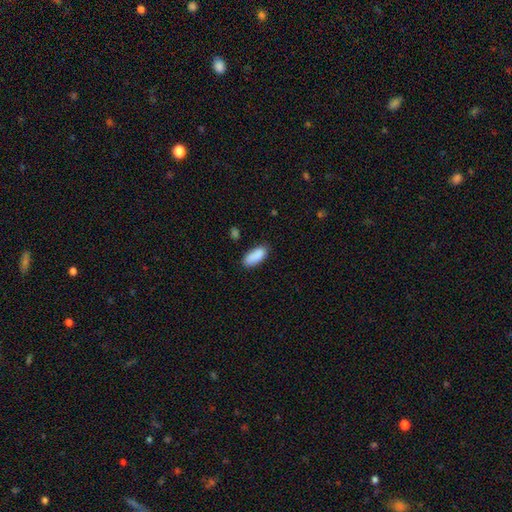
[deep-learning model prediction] Smooth or featured: smooth — 89% (star or artifact — 7%)
How rounded: in between — 85% (cigar-shaped — 13%)
Merging: none — 79% (minor disturbance — 16%)